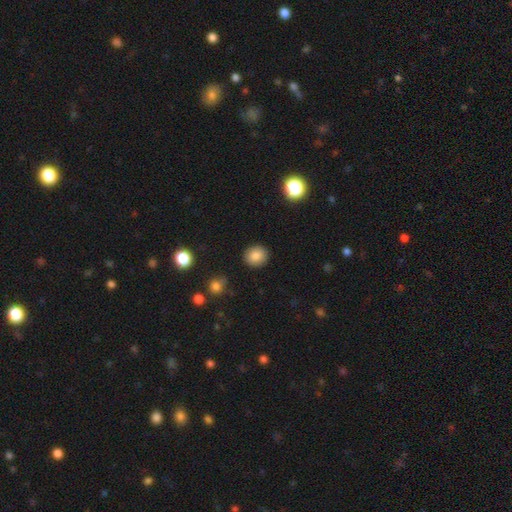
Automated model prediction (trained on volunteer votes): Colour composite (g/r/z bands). It shows a smooth galaxy with no disk features (85%) that is round (85%). Merging: none (90%).